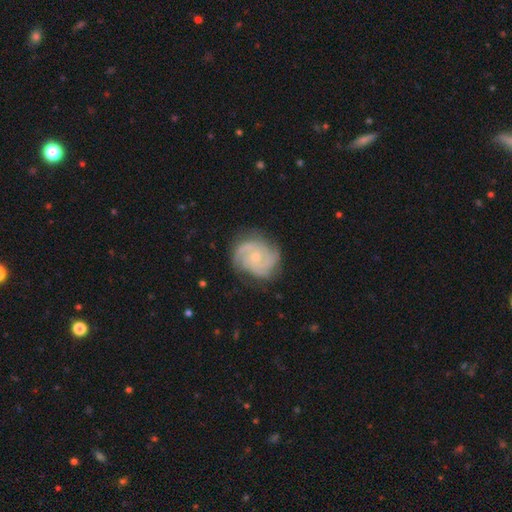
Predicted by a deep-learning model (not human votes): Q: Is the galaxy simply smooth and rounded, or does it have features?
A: featured or disk — 84%.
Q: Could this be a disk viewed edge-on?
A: no — 98%.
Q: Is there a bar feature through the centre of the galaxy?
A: no — 74%.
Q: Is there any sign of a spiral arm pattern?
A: yes — 97%.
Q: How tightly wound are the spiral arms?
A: tight — 54%.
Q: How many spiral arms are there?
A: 3 — 37%.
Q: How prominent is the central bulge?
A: small — 61%.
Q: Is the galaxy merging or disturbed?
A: none — 77%.